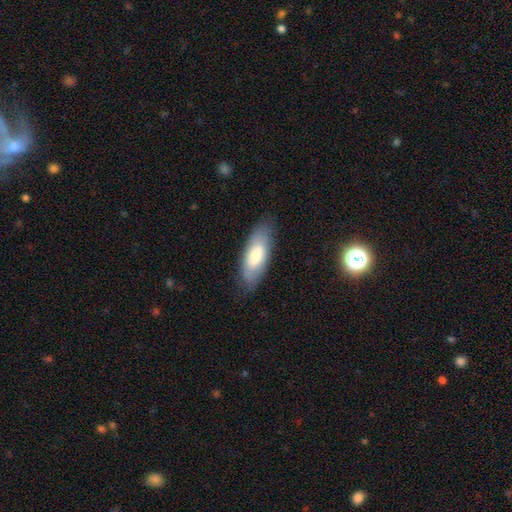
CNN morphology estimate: smooth-or-featured: smooth: 73% | featured or disk: 21% | star or artifact: 6%
  how-rounded: in between: 78% | cigar-shaped: 21% | round: 2%
  merging: none: 77% | minor disturbance: 17% | major disturbance: 5% | merger: 1%